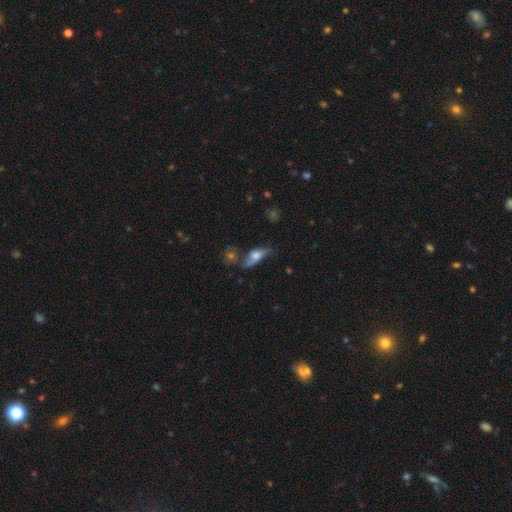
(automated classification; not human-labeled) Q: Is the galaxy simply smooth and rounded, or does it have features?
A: featured or disk — 59%.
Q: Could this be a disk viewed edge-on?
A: no — 56%.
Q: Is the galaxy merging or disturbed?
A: none — 42%.